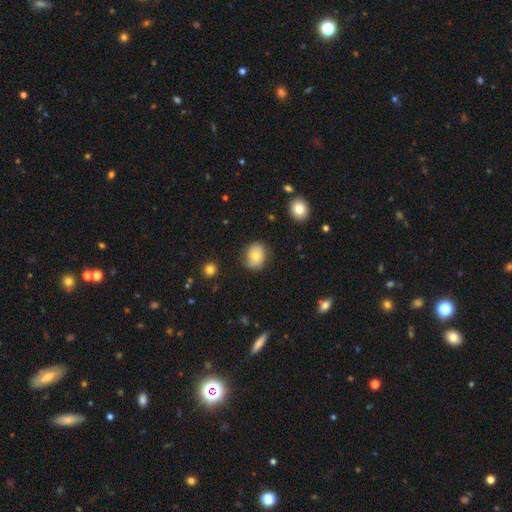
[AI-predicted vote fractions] The model was most divided on "how rounded": round: 52%, in between: 47%, cigar-shaped: 1%. More confident: merging — none (72%); smooth or featured — smooth (51%).